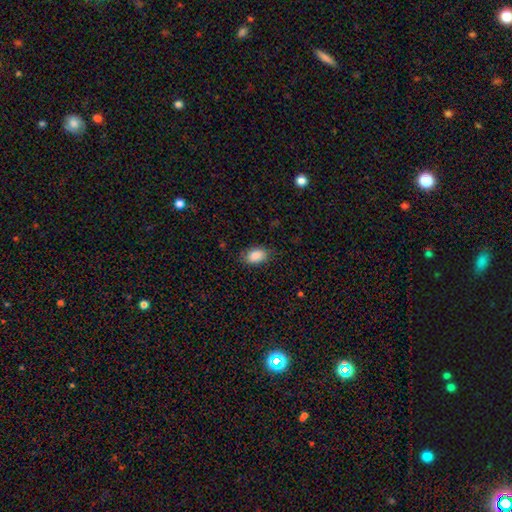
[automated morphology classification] A smooth galaxy with no disk features (88%) that is in between round and cigar-shaped (89%).

Vote fractions:
- Smooth or featured? smooth: 88% / star or artifact: 7% / featured or disk: 5%
- How rounded? in between: 89% / round: 9% / cigar-shaped: 1%
- Merging? none: 81% / minor disturbance: 15% / major disturbance: 3% / merger: 1%